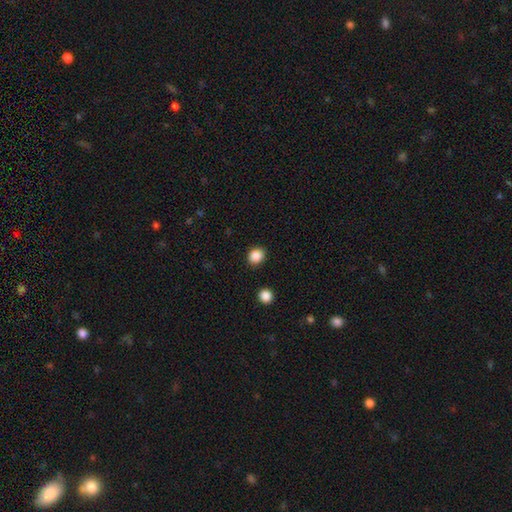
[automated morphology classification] type=smooth (87%); roundness=round (71%); merging=none (88%).